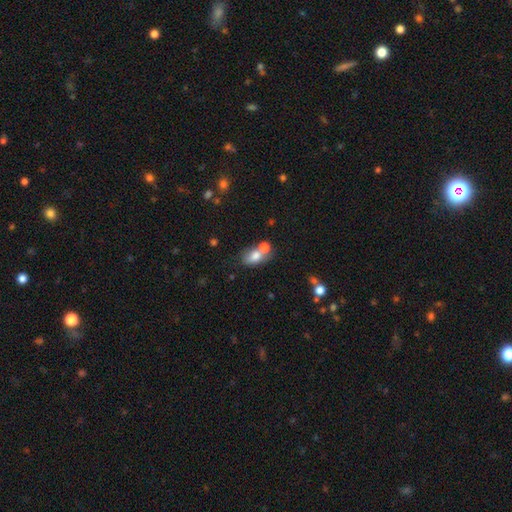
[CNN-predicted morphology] type=smooth (76%); roundness=in between (79%); merging=none (41%).